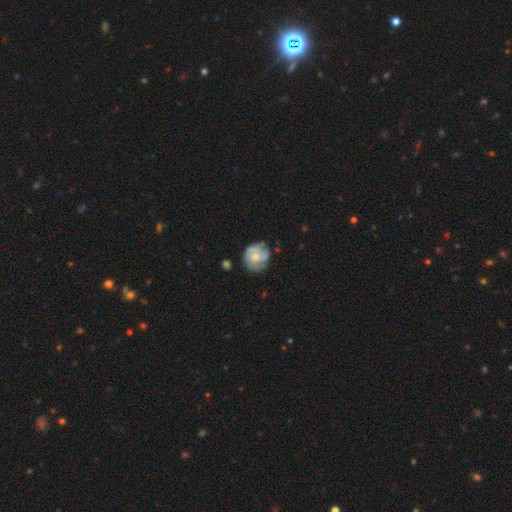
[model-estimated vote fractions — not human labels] Smooth or featured: featured or disk — 51% (smooth — 43%)
Edge-on disk: no — 98% (yes — 2%)
Merging: none — 69% (minor disturbance — 22%)